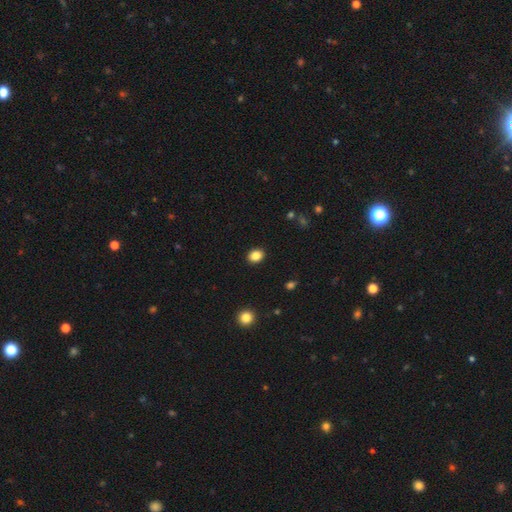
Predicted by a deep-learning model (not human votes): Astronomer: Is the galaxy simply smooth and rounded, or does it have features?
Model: smooth — 86%.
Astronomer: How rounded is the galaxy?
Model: round — 50%, tied with in between at 50%.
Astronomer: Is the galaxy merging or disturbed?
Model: none — 91%.